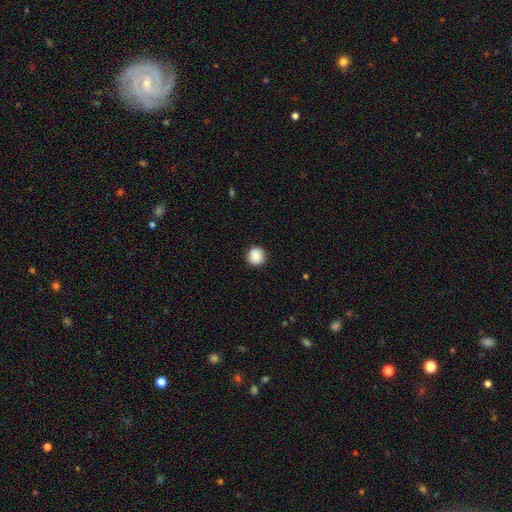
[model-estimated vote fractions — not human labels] A smooth galaxy with no disk features (87%) that is round (94%). Merging: none (90%).